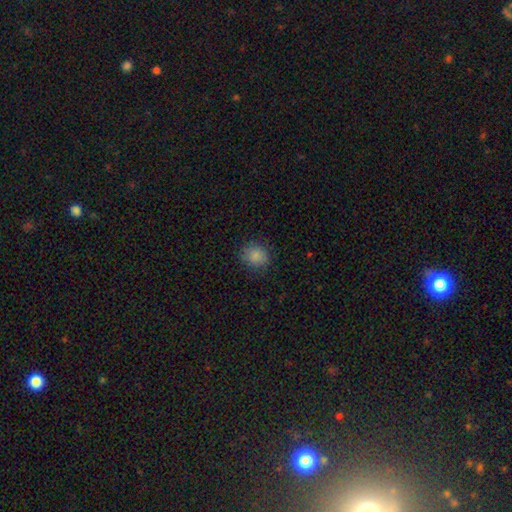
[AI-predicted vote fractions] Smooth or featured? Predicted: smooth (p=0.85). How rounded? Predicted: round (p=0.78). Merging? Predicted: none (p=0.85).